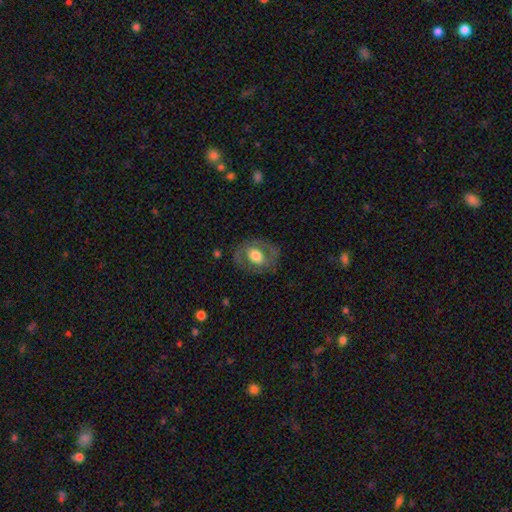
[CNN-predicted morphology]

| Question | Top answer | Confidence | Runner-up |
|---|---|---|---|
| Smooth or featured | smooth | 48% | featured or disk (45%) |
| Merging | none | 74% | minor disturbance (16%) |